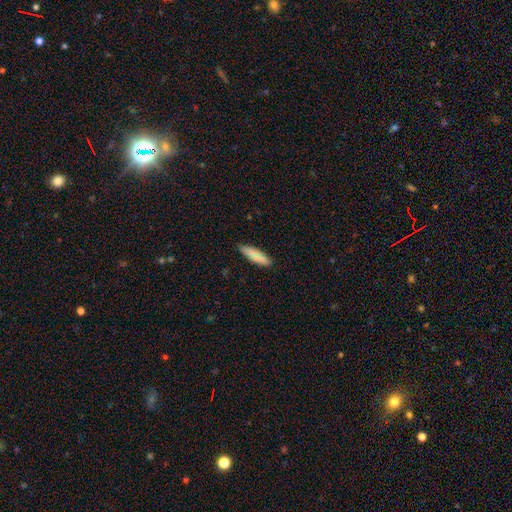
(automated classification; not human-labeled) Smooth or featured? Predicted: smooth (p=0.82). How rounded? Predicted: cigar-shaped (p=0.69). Merging? Predicted: none (p=0.86).